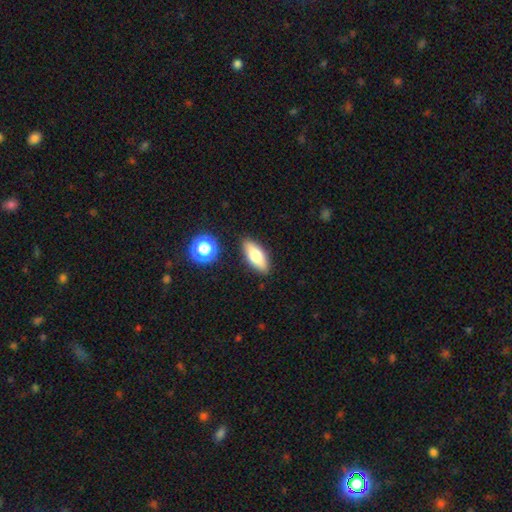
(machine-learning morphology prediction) Smooth or featured?
  - smooth: 69% *
  - featured or disk: 23%
  - star or artifact: 8%
How rounded?
  - in between: 75% *
  - cigar-shaped: 21%
  - round: 4%
Merging?
  - none: 87% *
  - minor disturbance: 9%
  - merger: 2%
  - major disturbance: 2%